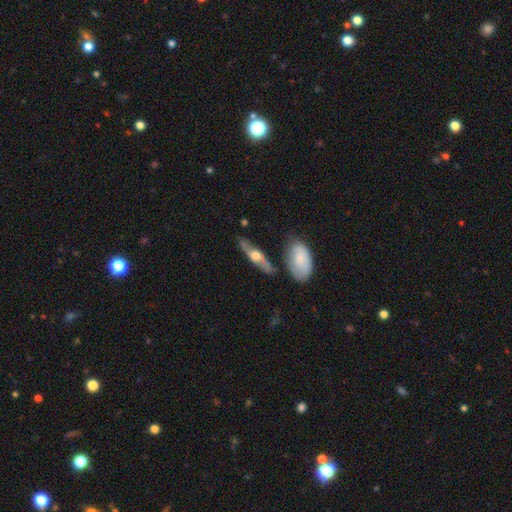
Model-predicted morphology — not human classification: This appears to be a featured or disk galaxy (65%) viewed edge-on (76%). Merging: none (75%).